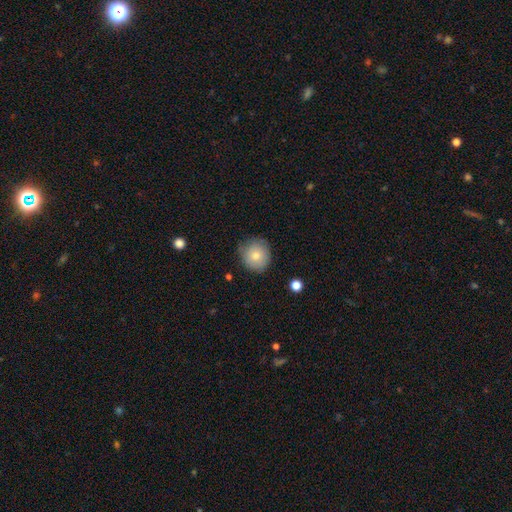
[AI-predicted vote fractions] smooth_or_featured: smooth (p=0.79) [alt: featured or disk p=0.12]
how_rounded: round (p=0.89) [alt: in between p=0.10]
merging: none (p=0.74) [alt: minor disturbance p=0.20]